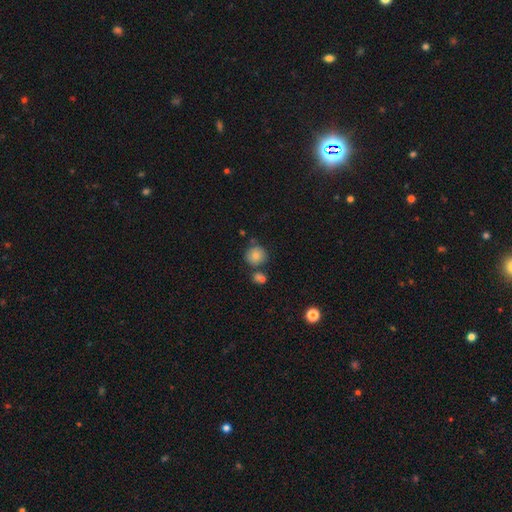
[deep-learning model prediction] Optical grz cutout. It shows a smooth galaxy with no disk features (82%) that is round (88%). Merging: none (67%).